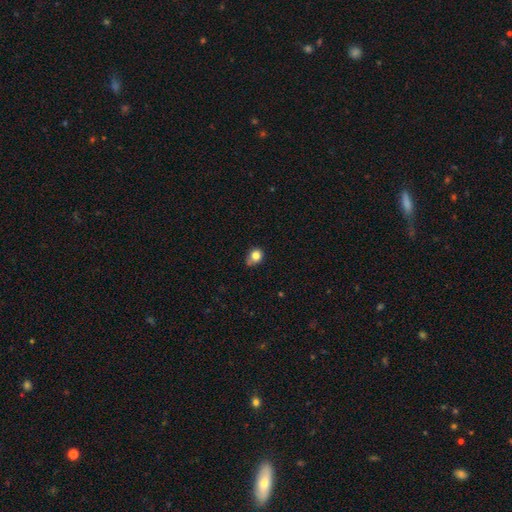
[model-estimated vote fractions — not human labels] Smooth or featured: smooth — 81% (star or artifact — 11%)
How rounded: round — 63% (in between — 36%)
Merging: none — 54% (minor disturbance — 33%)